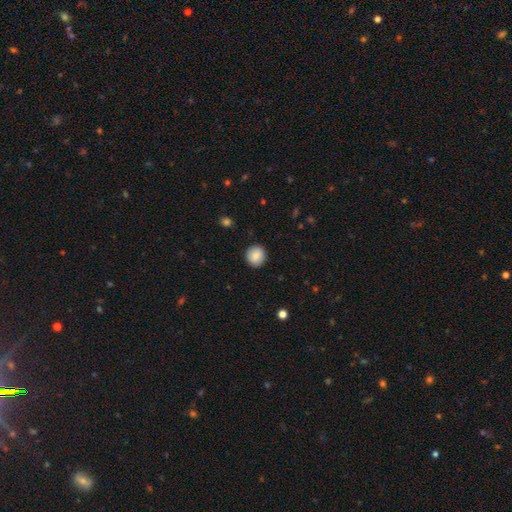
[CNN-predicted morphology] Overall: smooth (87%). How rounded: round (90%). Merging: none (91%).